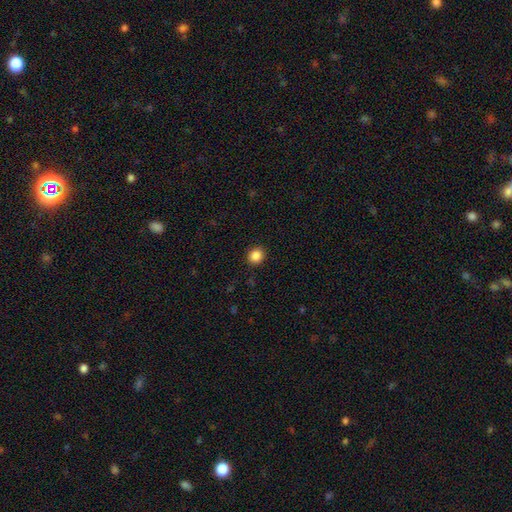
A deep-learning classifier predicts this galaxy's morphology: smooth_or_featured: smooth (p=0.86) [alt: star or artifact p=0.10]
how_rounded: round (p=0.84) [alt: in between p=0.15]
merging: none (p=0.91) [alt: minor disturbance p=0.06]